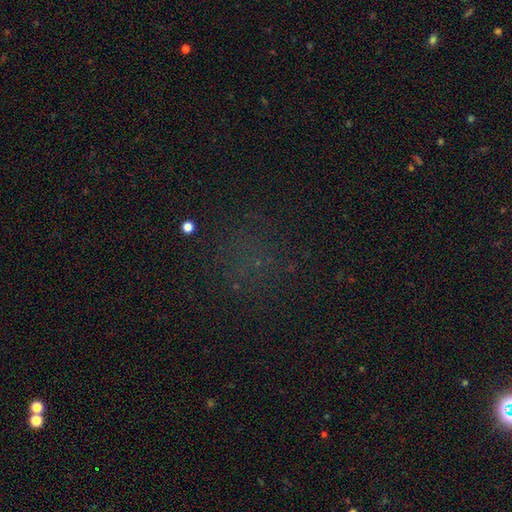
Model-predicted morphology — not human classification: type=star or artifact (53%).